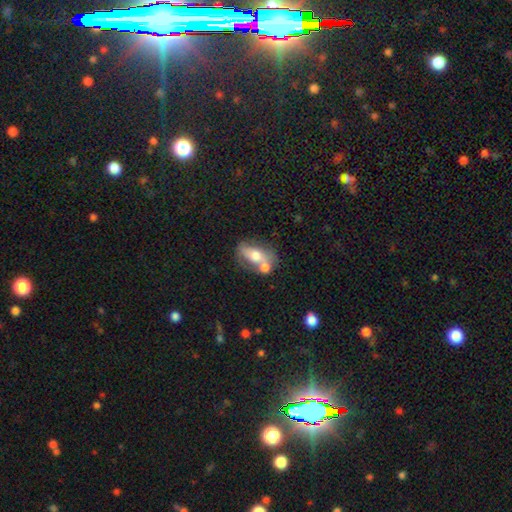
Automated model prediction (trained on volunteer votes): This appears to be a smooth galaxy with no disk features (53%) that is in between round and cigar-shaped (79%). Merging: none (42%).